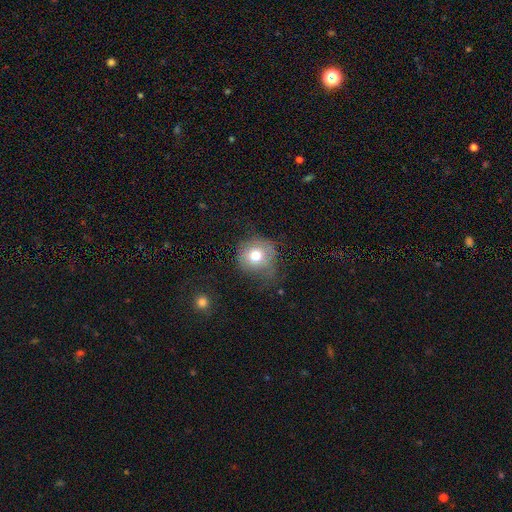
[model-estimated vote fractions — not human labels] Overall: smooth (71%). How rounded: round (85%). Merging: none (53%; minor disturbance 30%).